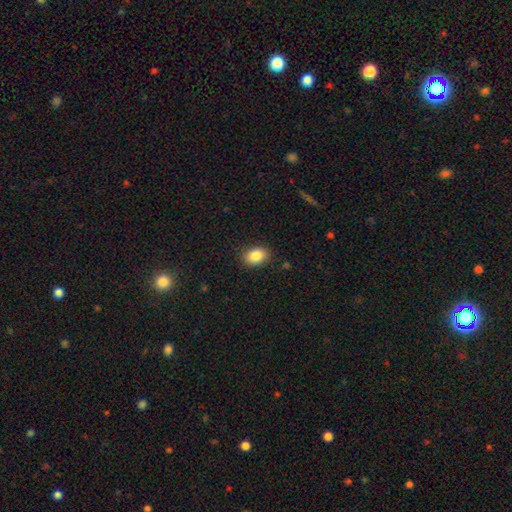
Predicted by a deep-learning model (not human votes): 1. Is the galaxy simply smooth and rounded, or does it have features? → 86% smooth, 8% star or artifact, 5% featured or disk.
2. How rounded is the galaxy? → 66% in between, 33% round, 1% cigar-shaped.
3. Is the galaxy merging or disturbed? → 87% none, 9% minor disturbance, 3% major disturbance, 1% merger.